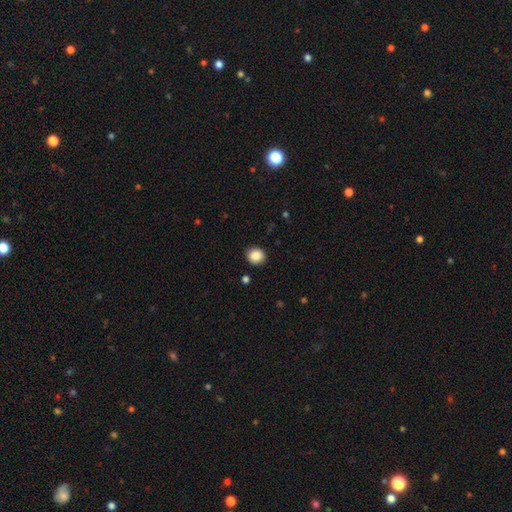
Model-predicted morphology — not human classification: smooth_or_featured: smooth (p=0.87) [alt: star or artifact p=0.09]
how_rounded: round (p=0.83) [alt: in between p=0.16]
merging: none (p=0.90) [alt: minor disturbance p=0.07]